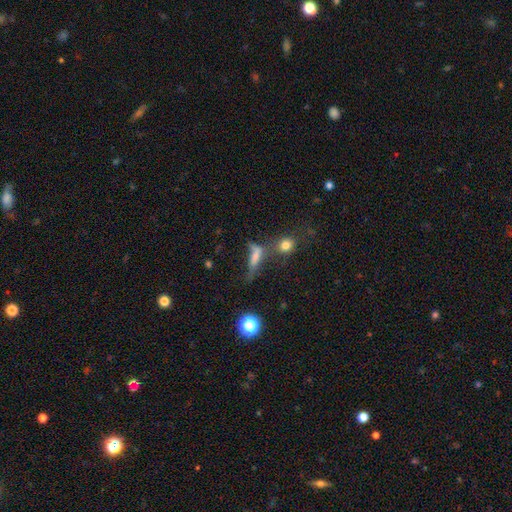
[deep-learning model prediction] smooth 50%, featured or disk 30%, star or artifact 20%. Down the decision tree: how rounded — cigar-shaped (55%); merging — none (34%).